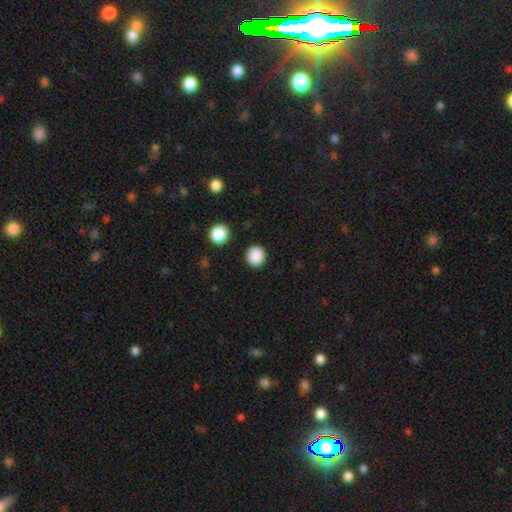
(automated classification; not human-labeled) Smooth or featured? smooth (88%)
How rounded? round (89%)
Merging? none (90%)